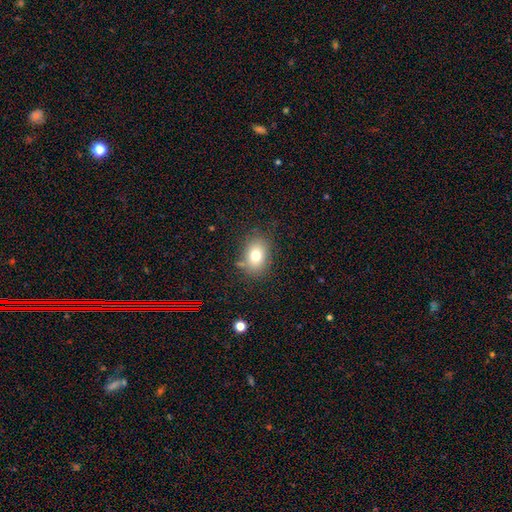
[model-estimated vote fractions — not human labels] Smooth or featured: smooth — 76% (featured or disk — 13%)
How rounded: in between — 70% (round — 29%)
Merging: none — 79% (minor disturbance — 14%)